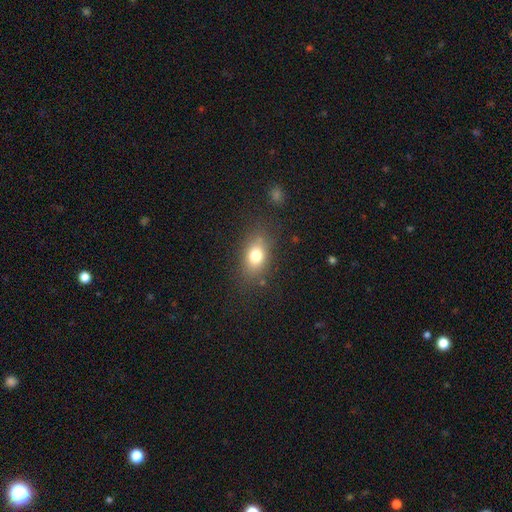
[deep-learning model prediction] Q: Smooth or featured?
A: smooth (77%); runner-up: featured or disk (12%)
Q: How rounded?
A: in between (73%); runner-up: round (24%)
Q: Merging?
A: none (78%); runner-up: minor disturbance (14%)